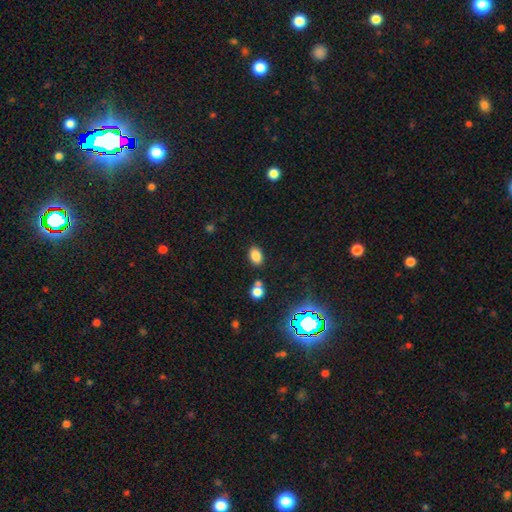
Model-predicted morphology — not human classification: smooth 82%, star or artifact 13%, featured or disk 6%. Down the decision tree: how rounded — in between (82%); merging — none (79%).